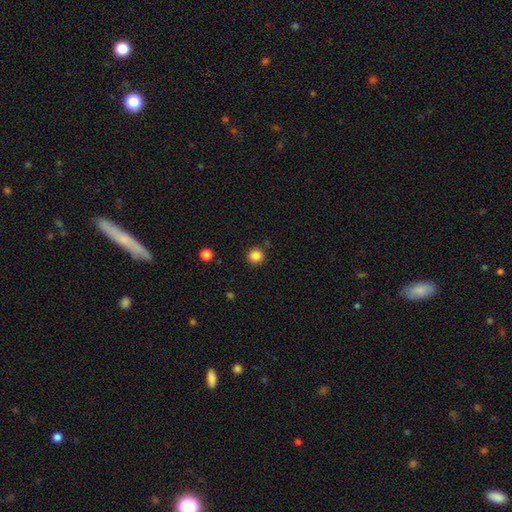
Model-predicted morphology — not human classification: type=smooth (85%); roundness=round (92%); merging=none (86%).